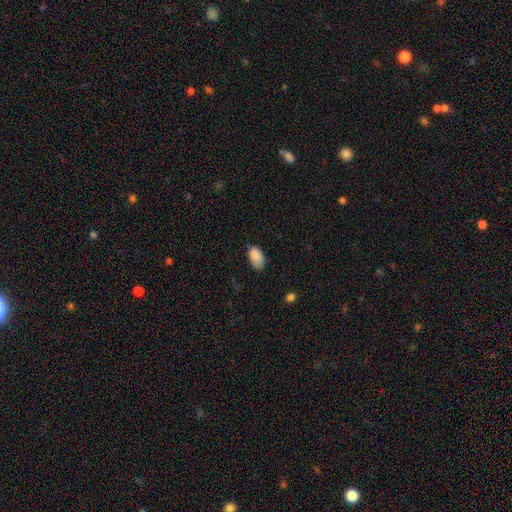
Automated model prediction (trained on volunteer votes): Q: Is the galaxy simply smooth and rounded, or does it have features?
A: smooth — 88%.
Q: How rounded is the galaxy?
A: in between — 94%.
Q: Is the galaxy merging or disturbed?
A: none — 66%.